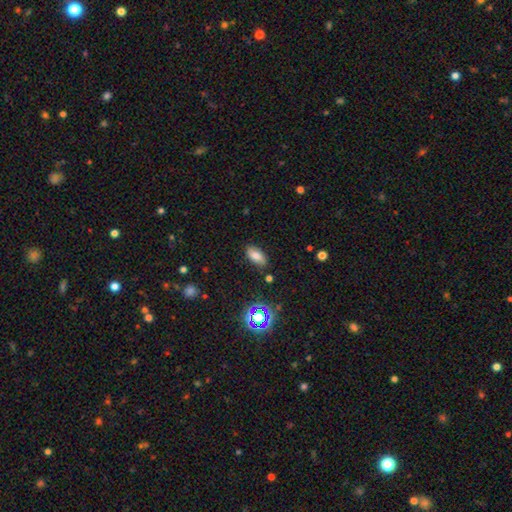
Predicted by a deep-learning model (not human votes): Smooth or featured: smooth — 74% (star or artifact — 14%)
How rounded: in between — 90% (cigar-shaped — 6%)
Merging: none — 85% (minor disturbance — 11%)